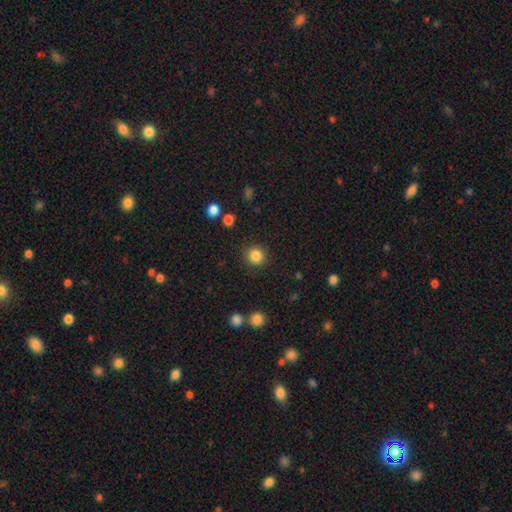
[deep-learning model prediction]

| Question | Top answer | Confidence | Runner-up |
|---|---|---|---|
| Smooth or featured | smooth | 85% | star or artifact (11%) |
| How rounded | round | 92% | in between (7%) |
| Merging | none | 90% | minor disturbance (6%) |